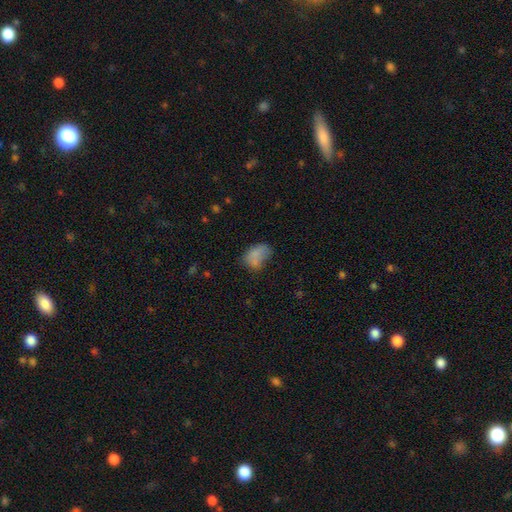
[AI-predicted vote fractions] The model was most divided on "merging": none: 39%, minor disturbance: 28%, major disturbance: 17%, merger: 16%. More confident: how rounded — in between (83%); smooth or featured — smooth (75%).